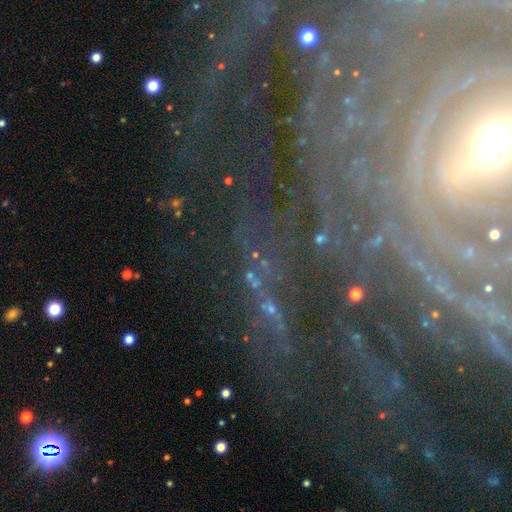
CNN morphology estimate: Smooth or featured? star or artifact (62%)